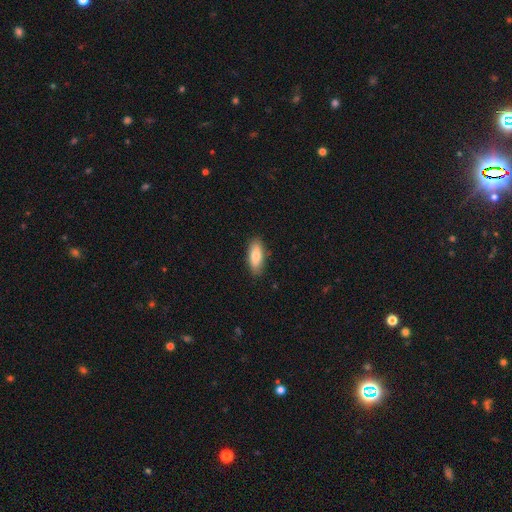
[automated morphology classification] Smooth or featured: smooth — 79% (featured or disk — 15%)
How rounded: in between — 75% (cigar-shaped — 23%)
Merging: none — 87% (minor disturbance — 10%)